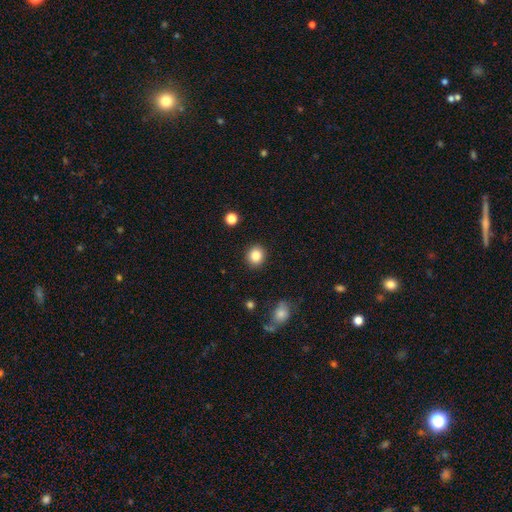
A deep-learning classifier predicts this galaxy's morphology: This is clearly a smooth galaxy (86%). How rounded: clearly round (84%). Merging: clearly none (91%).